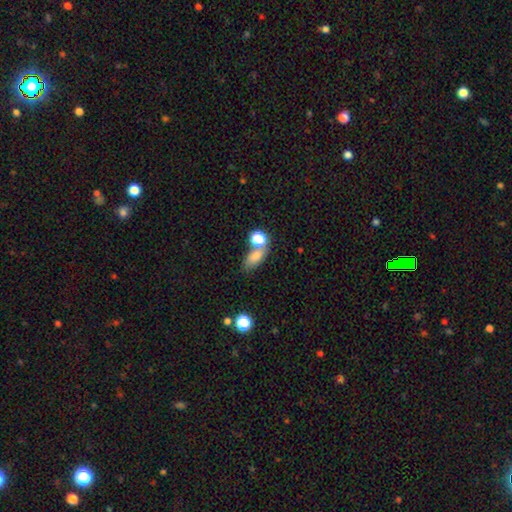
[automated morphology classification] type=smooth (77%); roundness=in between (78%); merging=none (49%).